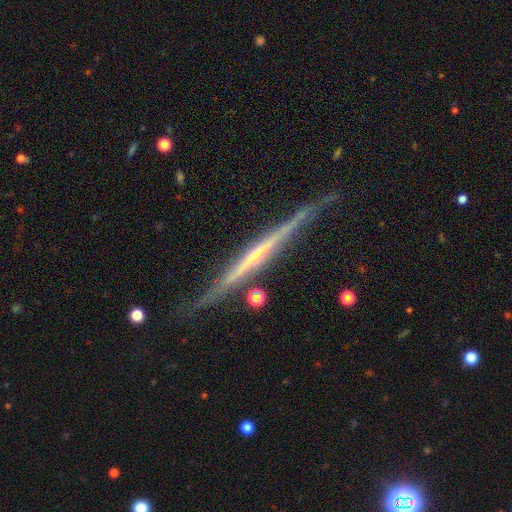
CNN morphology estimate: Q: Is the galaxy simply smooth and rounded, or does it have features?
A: featured or disk — 85%.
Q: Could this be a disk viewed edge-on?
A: yes — 97%.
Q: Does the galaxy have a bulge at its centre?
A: rounded — 51%.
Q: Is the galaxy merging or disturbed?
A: none — 80%.